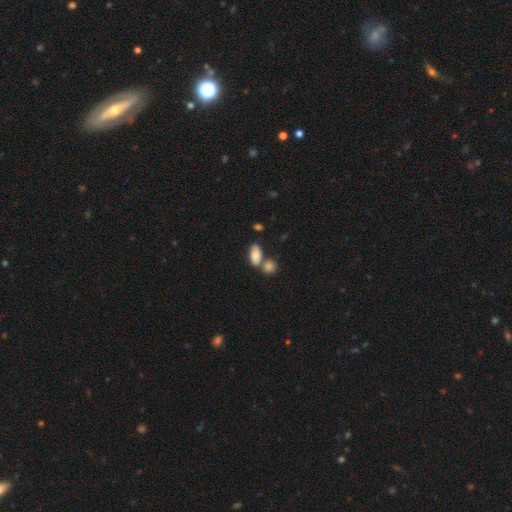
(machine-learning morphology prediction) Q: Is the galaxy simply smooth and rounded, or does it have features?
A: smooth — 83%.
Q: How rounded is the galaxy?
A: in between — 85%.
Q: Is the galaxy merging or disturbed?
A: none — 49%.